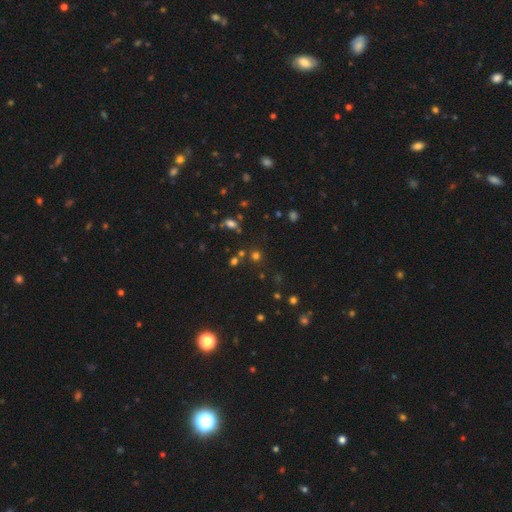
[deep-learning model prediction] smooth 59%, star or artifact 33%, featured or disk 8%. Down the decision tree: how rounded — round (90%); merging — none (77%).